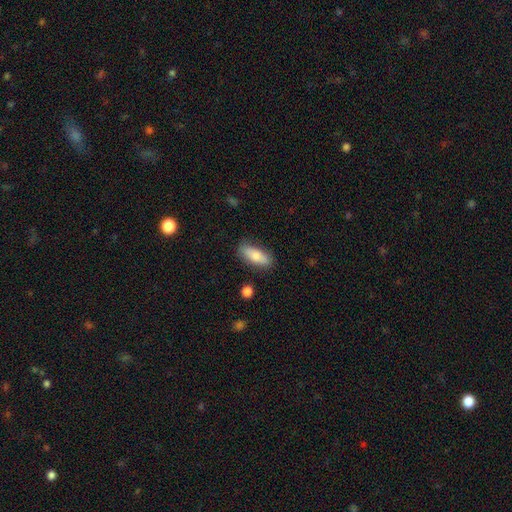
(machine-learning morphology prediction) smooth-or-featured: smooth: 78% | featured or disk: 16% | star or artifact: 6%
  how-rounded: in between: 71% | cigar-shaped: 26% | round: 3%
  merging: none: 81% | minor disturbance: 14% | major disturbance: 3% | merger: 2%